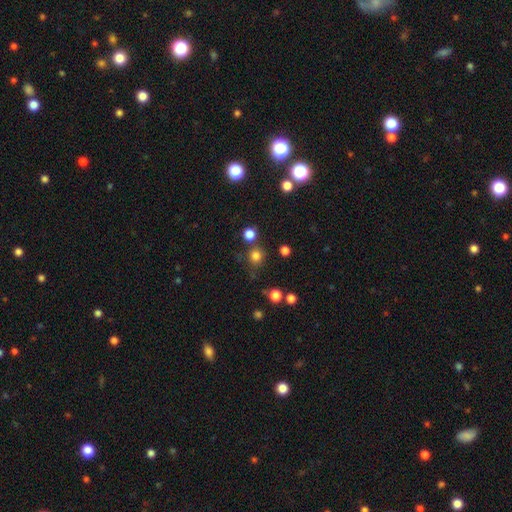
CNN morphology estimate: Smooth or featured? Predicted: smooth (p=0.78). How rounded? Predicted: round (p=0.89). Merging? Predicted: none (p=0.74).